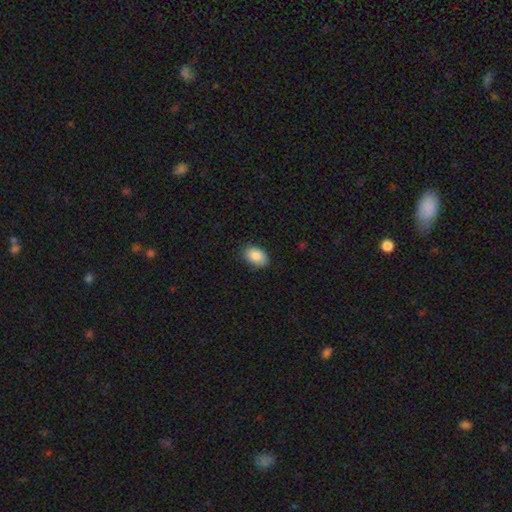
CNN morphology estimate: Smooth or featured? Predicted: smooth (p=0.88). How rounded? Predicted: in between (p=0.87). Merging? Predicted: none (p=0.84).